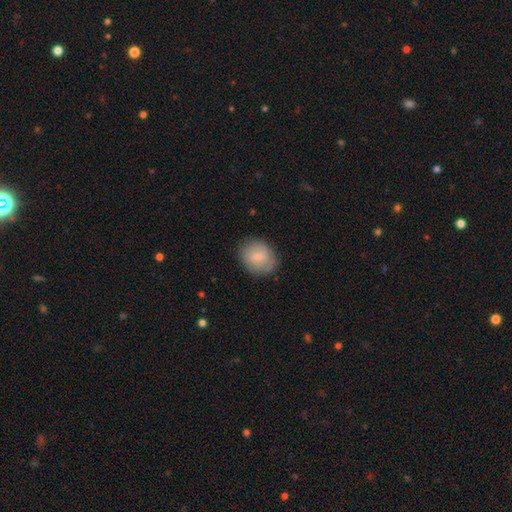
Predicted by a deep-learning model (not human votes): A smooth galaxy with no disk features (77%) that is round (54%).

Vote fractions:
- Smooth or featured? smooth: 77% / featured or disk: 15% / star or artifact: 7%
- How rounded? round: 54% / in between: 44% / cigar-shaped: 1%
- Merging? none: 82% / minor disturbance: 14% / major disturbance: 3% / merger: 1%